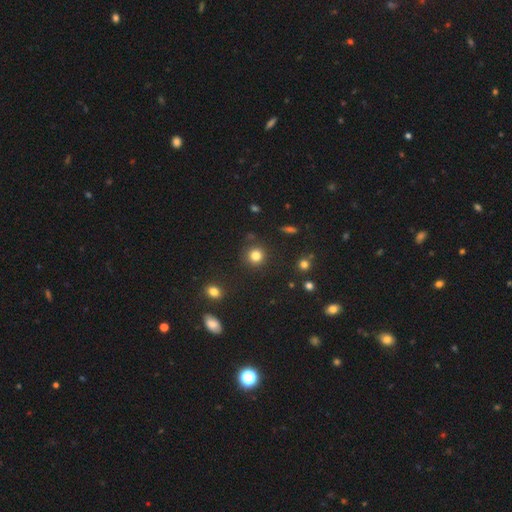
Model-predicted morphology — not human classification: Smooth or featured?
  - smooth: 82% *
  - star or artifact: 13%
  - featured or disk: 6%
How rounded?
  - round: 92% *
  - in between: 7%
  - cigar-shaped: 1%
Merging?
  - none: 88% *
  - minor disturbance: 7%
  - merger: 3%
  - major disturbance: 3%